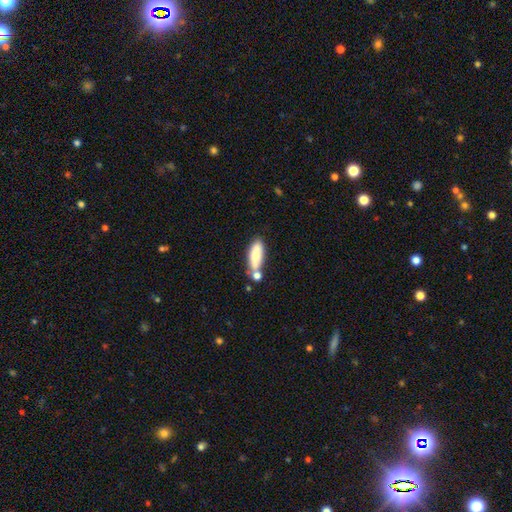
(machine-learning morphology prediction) type=smooth (76%); roundness=in between (66%); merging=none (52%).